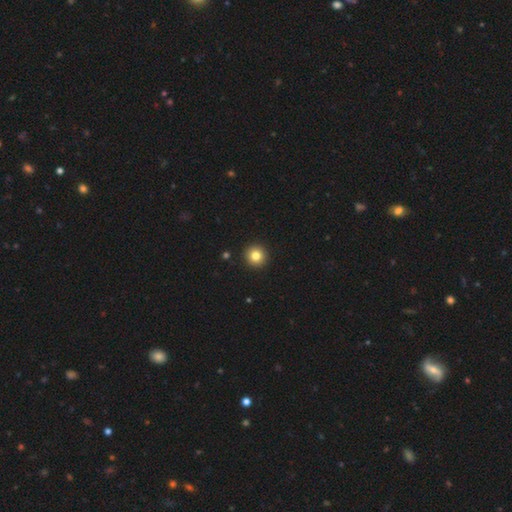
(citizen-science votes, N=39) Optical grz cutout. It shows a smooth galaxy with no disk features (87%) that is round (97%). Merging: none (97%).